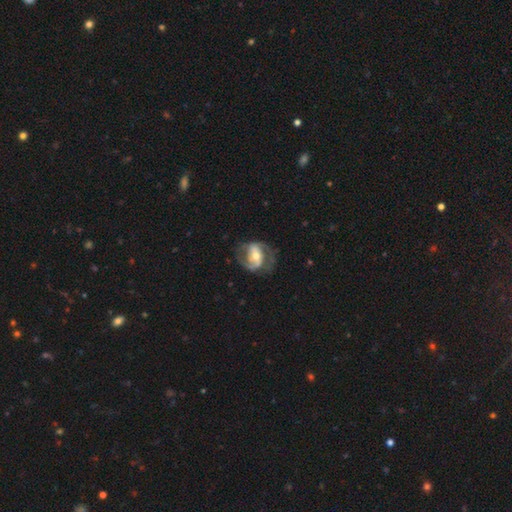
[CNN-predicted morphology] Q: Smooth or featured?
A: featured or disk (81%); runner-up: smooth (14%)
Q: Edge-on disk?
A: no (97%); runner-up: yes (3%)
Q: Bar?
A: weak (36%); runner-up: strong (35%)
Q: Spiral arms?
A: yes (89%); runner-up: no (11%)
Q: Spiral winding?
A: medium (50%); runner-up: loose (25%)
Q: Spiral arm count?
A: 2 (85%); runner-up: can't tell (7%)
Q: Bulge size?
A: moderate (63%); runner-up: small (29%)
Q: Merging?
A: none (66%); runner-up: minor disturbance (18%)